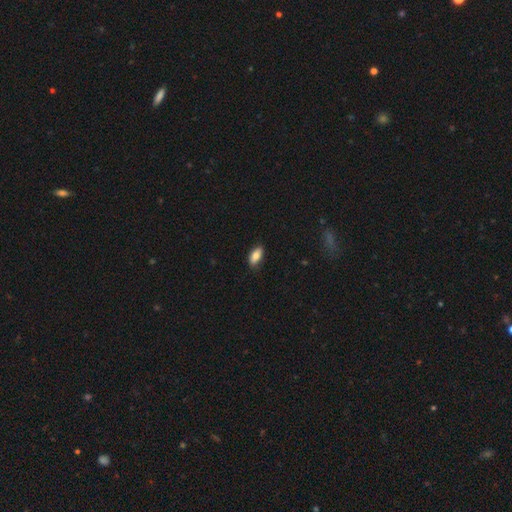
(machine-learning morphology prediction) smooth_or_featured: smooth (p=0.81) [alt: featured or disk p=0.12]
how_rounded: in between (p=0.88) [alt: cigar-shaped p=0.09]
merging: none (p=0.81) [alt: minor disturbance p=0.16]